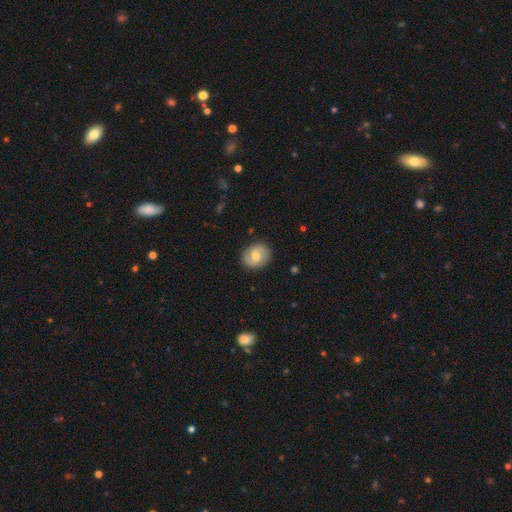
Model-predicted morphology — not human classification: The model was most divided on "how rounded": round: 63%, in between: 36%, cigar-shaped: 1%. More confident: merging — none (86%); smooth or featured — smooth (61%).